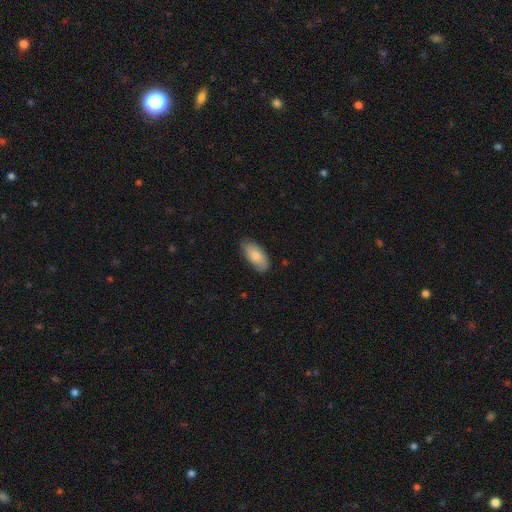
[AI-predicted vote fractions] Overall: smooth (78%). How rounded: in between (92%). Merging: none (80%).